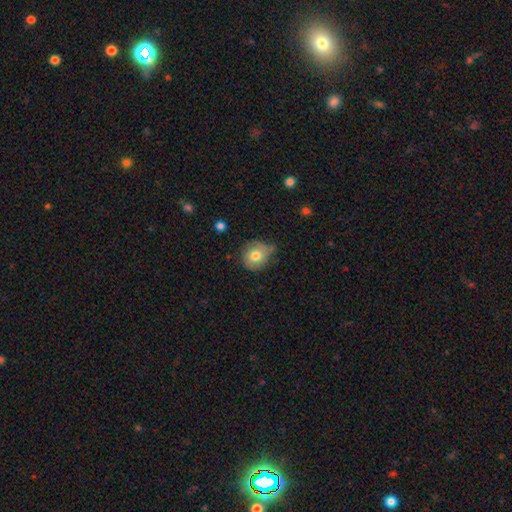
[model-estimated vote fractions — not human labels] smooth_or_featured: smooth (p=0.75) [alt: featured or disk p=0.15]
how_rounded: round (p=0.81) [alt: in between p=0.18]
merging: none (p=0.59) [alt: minor disturbance p=0.31]